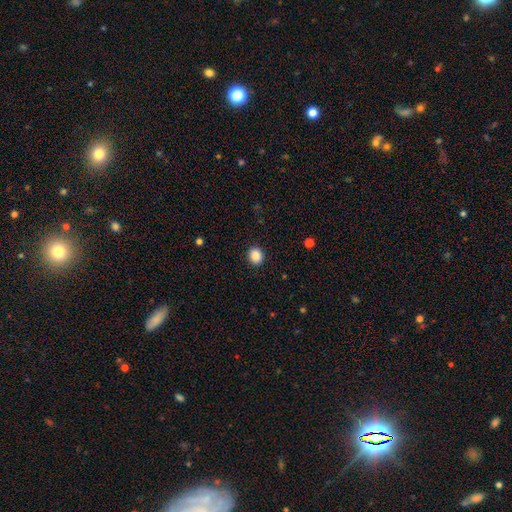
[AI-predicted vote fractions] Q: Smooth or featured?
A: smooth (89%); runner-up: star or artifact (9%)
Q: How rounded?
A: round (67%); runner-up: in between (32%)
Q: Merging?
A: none (90%); runner-up: minor disturbance (7%)